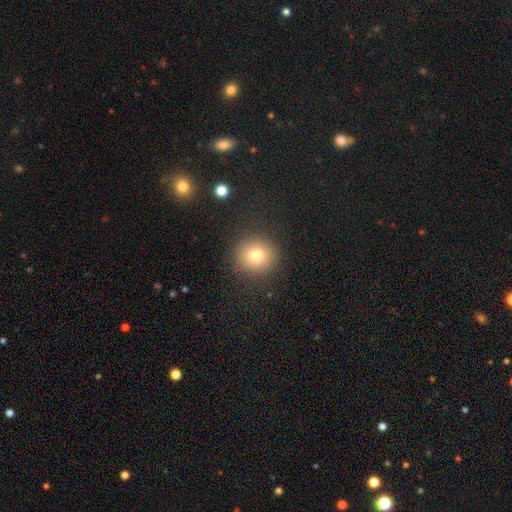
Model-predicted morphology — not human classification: Smooth or featured? smooth (76%)
How rounded? round (91%)
Merging? none (89%)